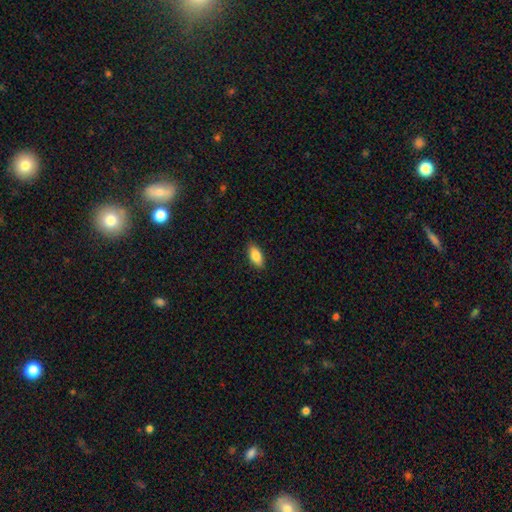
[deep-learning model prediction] Overall: smooth (86%). How rounded: in between (91%). Merging: none (88%).